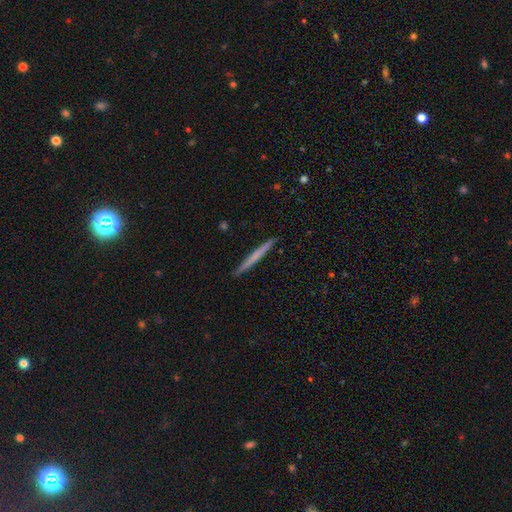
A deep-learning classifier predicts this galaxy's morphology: Smooth or featured? smooth (54%)
How rounded? cigar-shaped (97%)
Merging? none (93%)